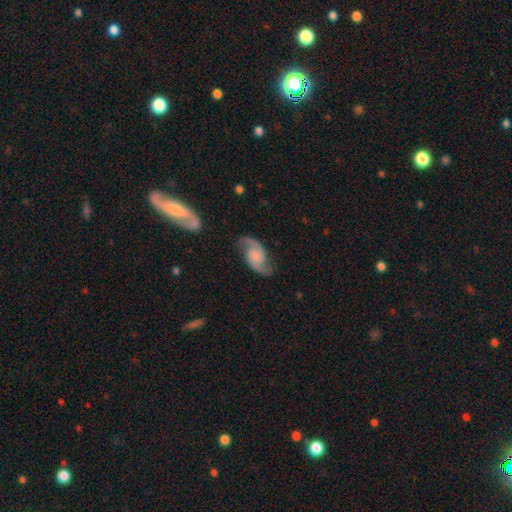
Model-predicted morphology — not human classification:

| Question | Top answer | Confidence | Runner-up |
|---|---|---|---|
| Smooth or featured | featured or disk | 89% | smooth (7%) |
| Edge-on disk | no | 98% | yes (2%) |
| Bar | no | 58% | weak (35%) |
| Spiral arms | yes | 98% | no (2%) |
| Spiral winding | medium | 47% | loose (42%) |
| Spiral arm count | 2 | 94% | can't tell (2%) |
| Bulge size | none | 39% | small (28%) |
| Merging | none | 79% | minor disturbance (14%) |